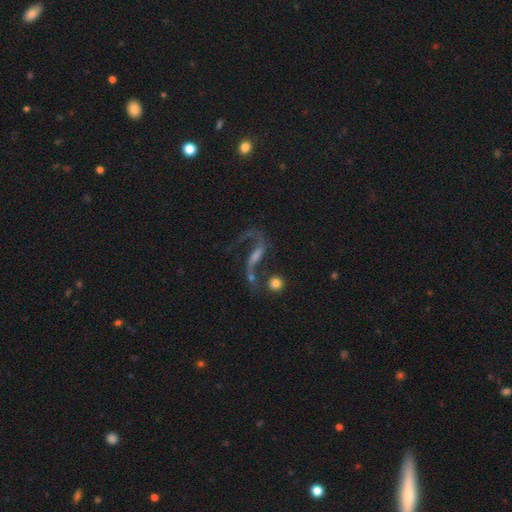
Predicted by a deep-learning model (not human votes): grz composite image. It shows a featured or disk galaxy (81%) with a strong bar (37%, tied with weak), 2 (86%) loose (82%) spiral arms (92%) and a small central bulge (40%). Merging: none (50%).